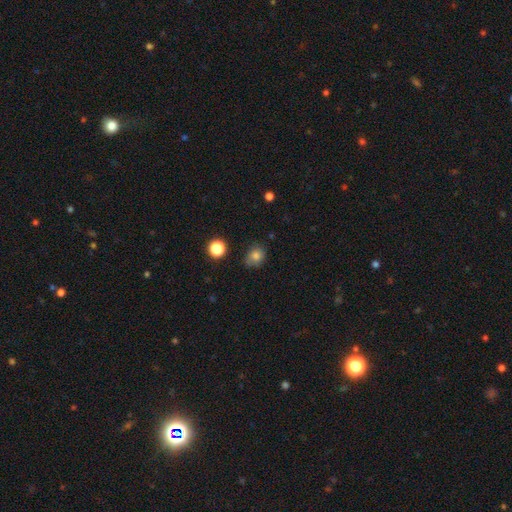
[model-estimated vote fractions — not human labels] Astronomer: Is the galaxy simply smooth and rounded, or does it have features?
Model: smooth — 79%.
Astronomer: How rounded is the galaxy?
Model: round — 62% (runner-up: in between, 37%).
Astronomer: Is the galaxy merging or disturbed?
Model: none — 69%.